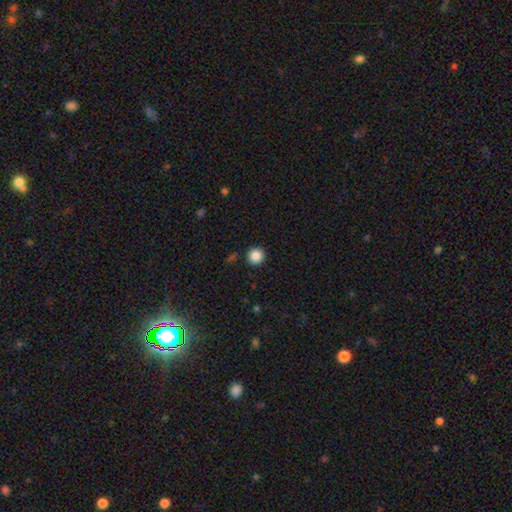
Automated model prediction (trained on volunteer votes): Smooth or featured?
  - smooth: 87% *
  - star or artifact: 10%
  - featured or disk: 3%
How rounded?
  - round: 95% *
  - in between: 4%
  - cigar-shaped: 1%
Merging?
  - none: 92% *
  - minor disturbance: 5%
  - major disturbance: 2%
  - merger: 1%